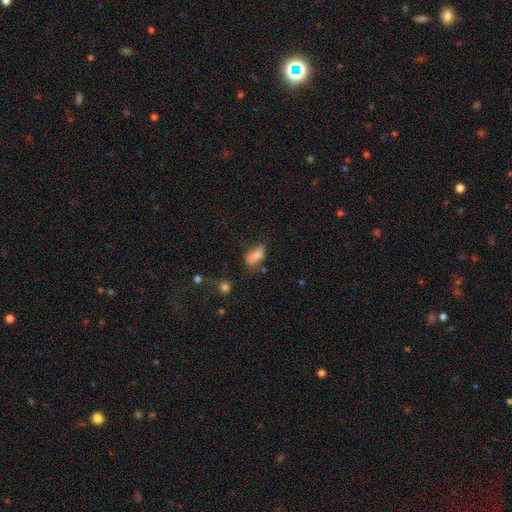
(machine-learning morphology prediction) Smooth or featured? smooth (82%)
How rounded? in between (85%)
Merging? none (56%)